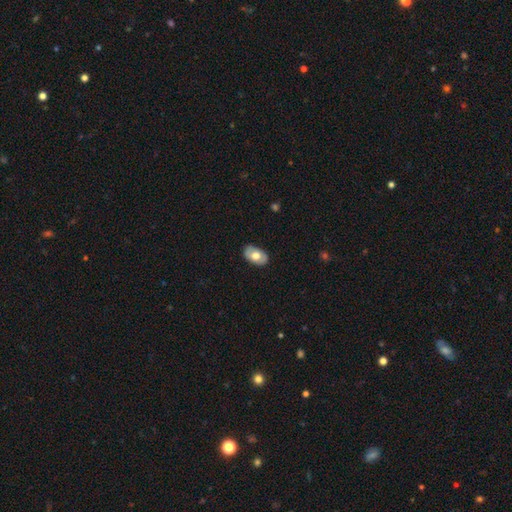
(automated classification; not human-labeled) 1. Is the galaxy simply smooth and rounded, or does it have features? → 59% smooth, 35% featured or disk, 6% star or artifact.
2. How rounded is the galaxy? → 90% in between, 9% round, 1% cigar-shaped.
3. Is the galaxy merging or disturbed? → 84% none, 13% minor disturbance, 2% major disturbance, 1% merger.